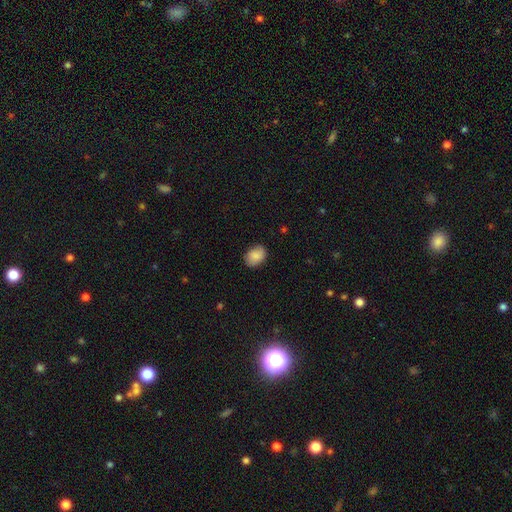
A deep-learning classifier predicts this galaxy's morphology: Q: Smooth or featured?
A: smooth (84%); runner-up: featured or disk (8%)
Q: How rounded?
A: in between (70%); runner-up: round (29%)
Q: Merging?
A: none (81%); runner-up: minor disturbance (15%)